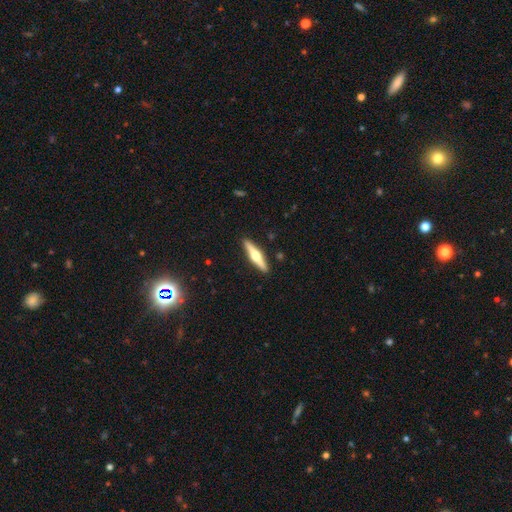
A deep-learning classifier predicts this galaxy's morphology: Smooth or featured? featured or disk (63%)
Edge-on disk? yes (97%)
Edge-on bulge? rounded (94%)
Merging? none (91%)